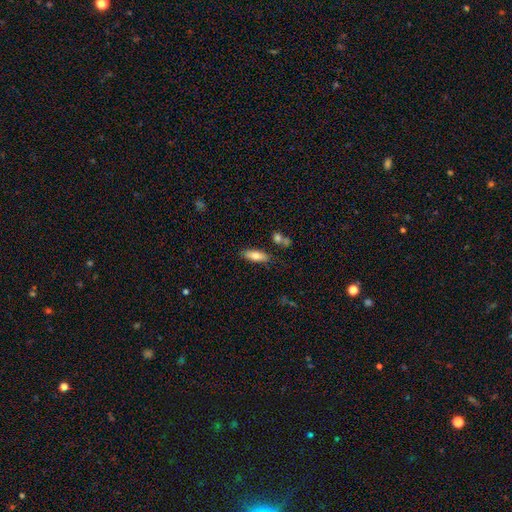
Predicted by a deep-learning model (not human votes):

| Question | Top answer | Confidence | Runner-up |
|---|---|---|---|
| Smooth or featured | smooth | 78% | featured or disk (15%) |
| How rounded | in between | 66% | cigar-shaped (32%) |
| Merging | none | 79% | minor disturbance (13%) |